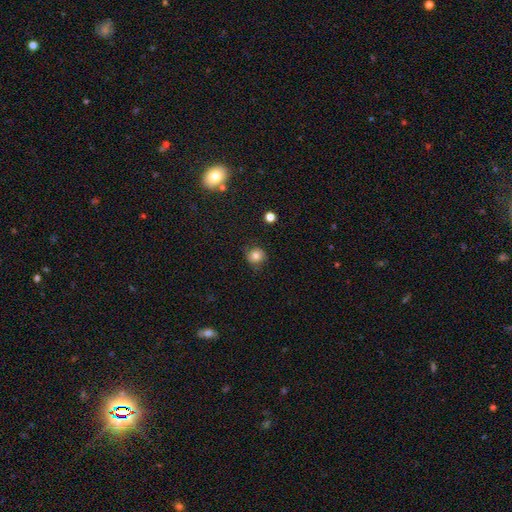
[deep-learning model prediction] This is likely a smooth galaxy (77%). How rounded: clearly round (87%). Merging: likely none (75%).